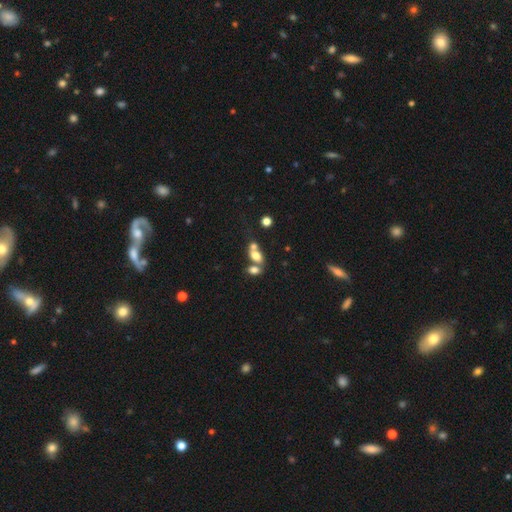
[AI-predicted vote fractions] Morphology: type=smooth (71%); roundness=in between (76%); merging=merger (58%).